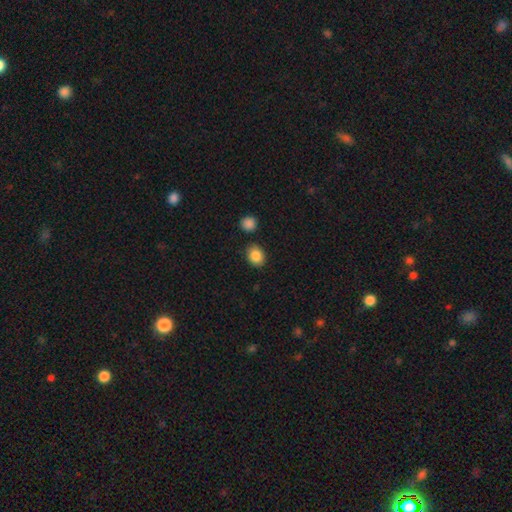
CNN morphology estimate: smooth_or_featured: smooth (p=0.87) [alt: star or artifact p=0.08]
how_rounded: round (p=0.50) [alt: in between p=0.49]
merging: none (p=0.84) [alt: minor disturbance p=0.09]